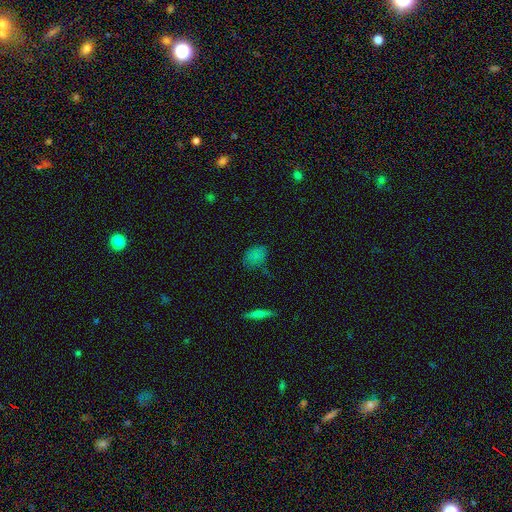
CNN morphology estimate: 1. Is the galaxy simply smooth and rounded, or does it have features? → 73% smooth, 20% star or artifact, 8% featured or disk.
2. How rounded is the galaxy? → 67% in between, 30% round, 3% cigar-shaped.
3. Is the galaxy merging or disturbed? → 61% none, 24% minor disturbance, 9% major disturbance, 7% merger.